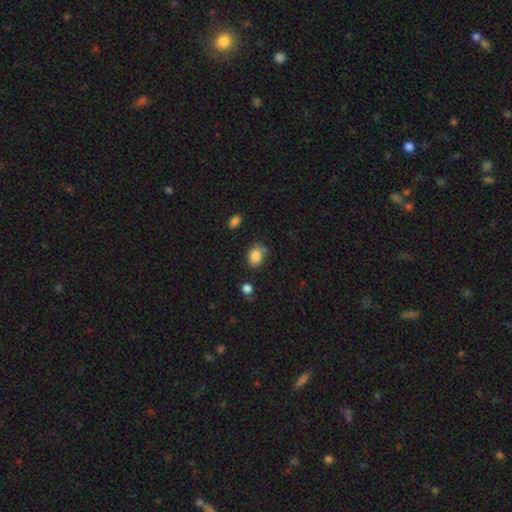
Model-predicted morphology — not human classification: smooth 85%, star or artifact 9%, featured or disk 6%. Down the decision tree: how rounded — in between (70%); merging — none (73%).